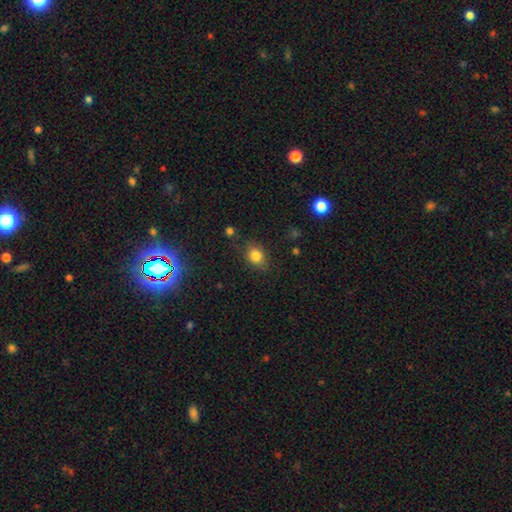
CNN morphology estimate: Q: Smooth or featured?
A: smooth (81%); runner-up: star or artifact (12%)
Q: How rounded?
A: in between (51%); runner-up: round (47%)
Q: Merging?
A: none (78%); runner-up: minor disturbance (15%)